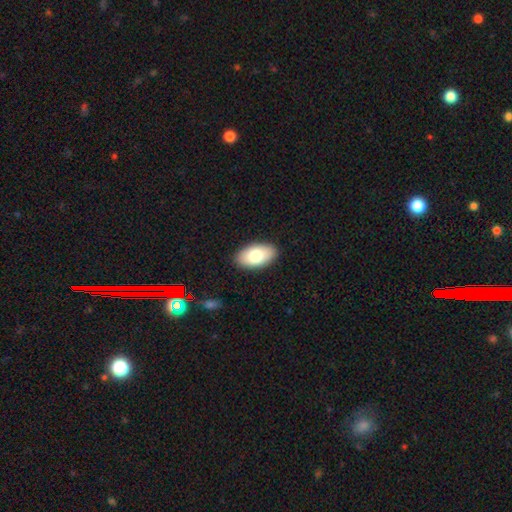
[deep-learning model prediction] Smooth or featured: smooth — 77% (featured or disk — 16%)
How rounded: in between — 95% (round — 3%)
Merging: none — 89% (minor disturbance — 8%)